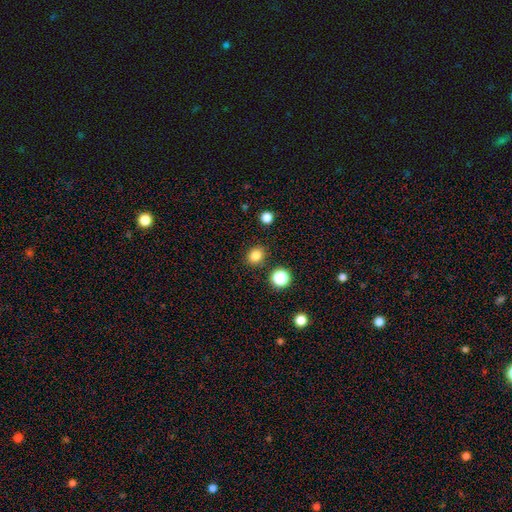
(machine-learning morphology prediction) smooth-or-featured: smooth: 83% | star or artifact: 13% | featured or disk: 4%
  how-rounded: round: 65% | in between: 34% | cigar-shaped: 1%
  merging: none: 86% | minor disturbance: 8% | merger: 3% | major disturbance: 3%